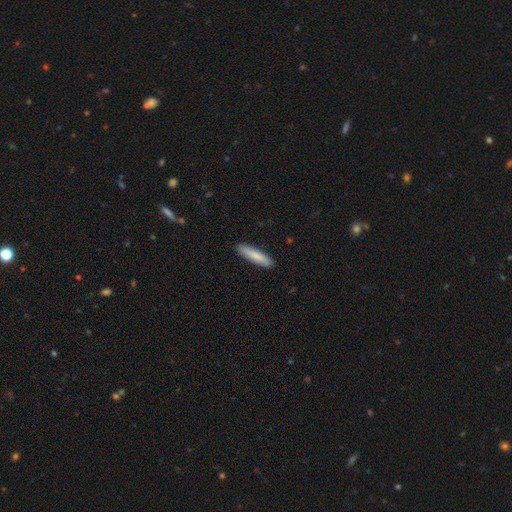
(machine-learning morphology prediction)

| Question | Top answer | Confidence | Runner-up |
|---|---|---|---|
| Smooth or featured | smooth | 82% | featured or disk (12%) |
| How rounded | cigar-shaped | 82% | in between (16%) |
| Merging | none | 90% | minor disturbance (7%) |